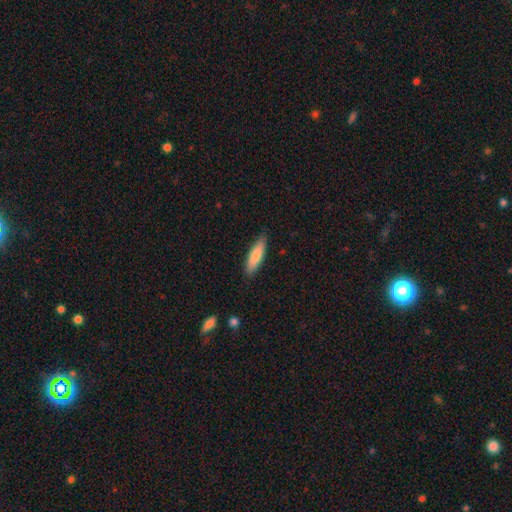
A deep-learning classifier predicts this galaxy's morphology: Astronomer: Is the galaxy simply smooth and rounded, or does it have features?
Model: smooth — 81%.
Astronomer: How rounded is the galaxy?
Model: cigar-shaped — 62%.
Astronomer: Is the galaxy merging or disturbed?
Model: none — 84%.